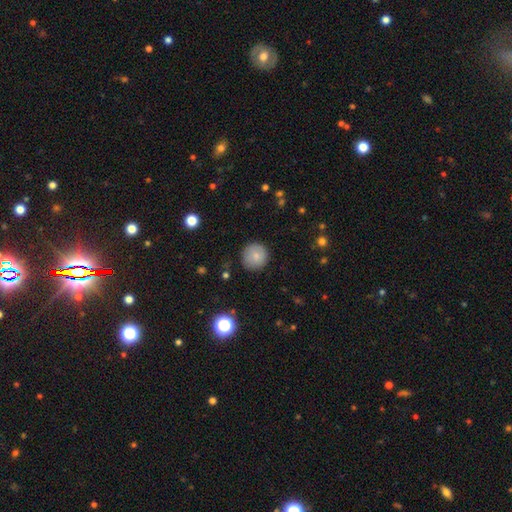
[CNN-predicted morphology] A smooth galaxy with no disk features (82%) that is round (94%). Merging: none (86%).